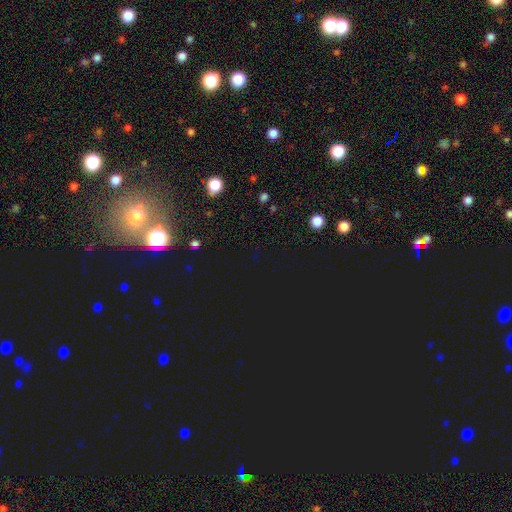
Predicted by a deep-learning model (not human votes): Smooth or featured? star or artifact (75%)